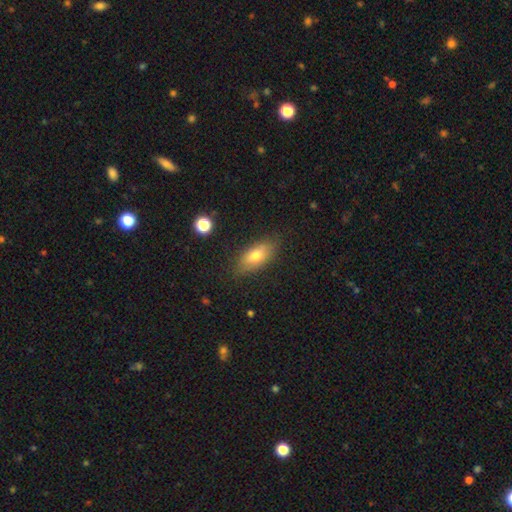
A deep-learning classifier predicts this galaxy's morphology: type=smooth (71%); roundness=in between (81%); merging=none (81%).